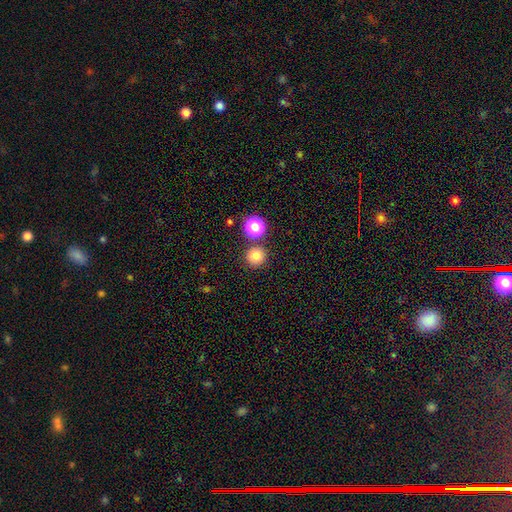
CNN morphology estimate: Smooth or featured? smooth (79%)
How rounded? round (95%)
Merging? none (83%)